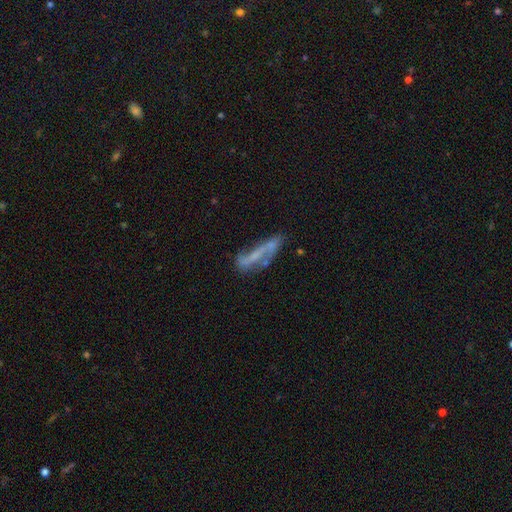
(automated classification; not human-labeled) This appears to be a featured or disk galaxy (61%). Merging: none (44%).